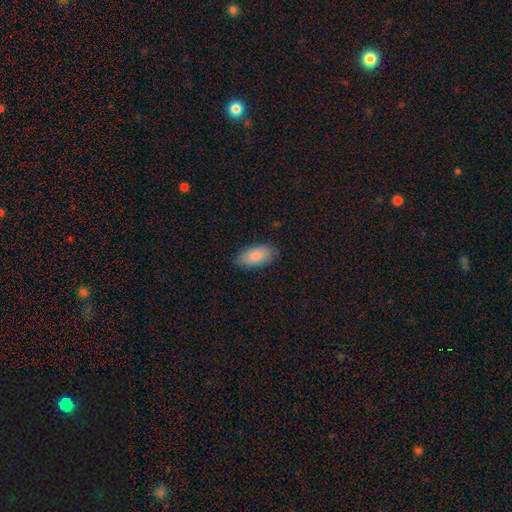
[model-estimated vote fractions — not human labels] smooth 86%, featured or disk 9%, star or artifact 6%. Down the decision tree: how rounded — in between (92%); merging — none (84%).